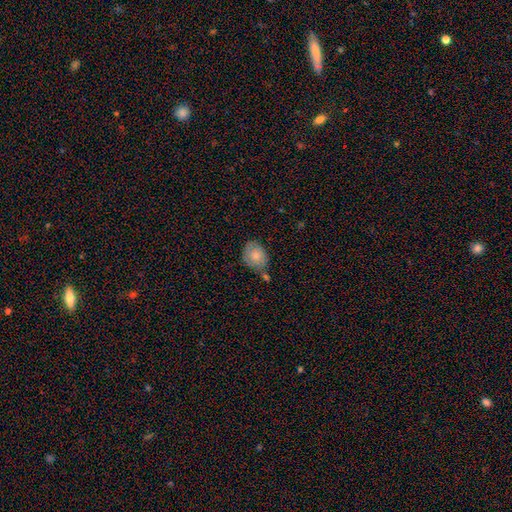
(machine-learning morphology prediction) type=smooth (78%); roundness=in between (57%); merging=none (59%).